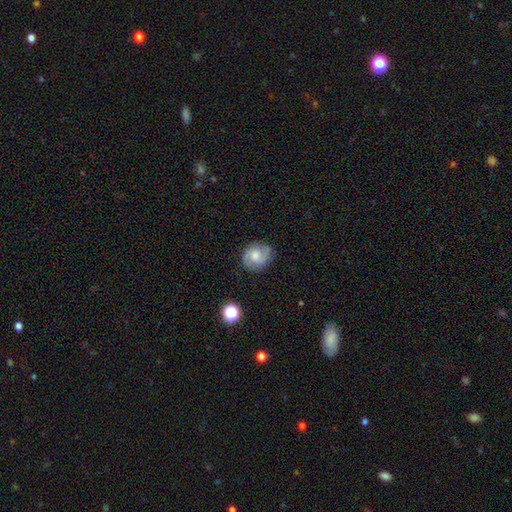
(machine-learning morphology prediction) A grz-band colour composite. It shows a featured or disk galaxy (61%) with no bar (52%), 2 (81%) medium (49%) spiral arms (91%) and a moderate central bulge (50%). Merging: none (77%).